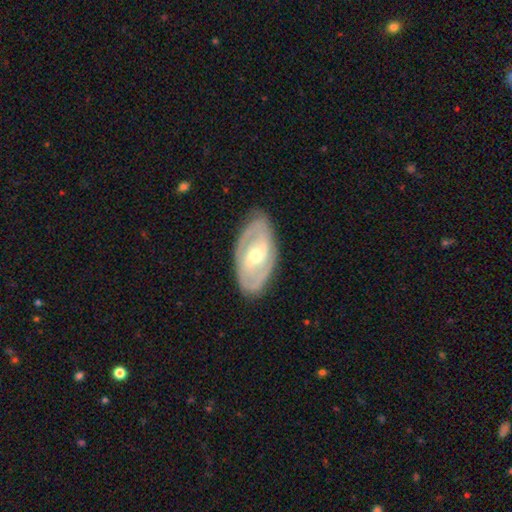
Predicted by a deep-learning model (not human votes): Q: Smooth or featured?
A: featured or disk (77%); runner-up: smooth (18%)
Q: Edge-on disk?
A: no (93%); runner-up: yes (7%)
Q: Bar?
A: weak (44%); runner-up: no (32%)
Q: Spiral arms?
A: yes (80%); runner-up: no (20%)
Q: Spiral winding?
A: tight (48%); runner-up: medium (39%)
Q: Spiral arm count?
A: 2 (72%); runner-up: can't tell (18%)
Q: Bulge size?
A: moderate (57%); runner-up: small (38%)
Q: Merging?
A: none (81%); runner-up: minor disturbance (14%)